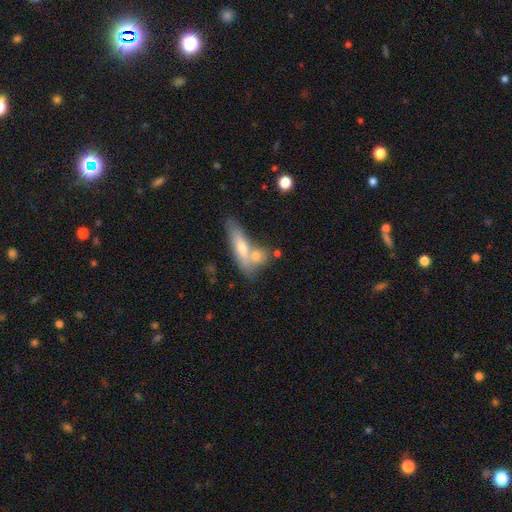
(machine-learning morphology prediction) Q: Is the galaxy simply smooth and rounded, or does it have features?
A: smooth — 67%.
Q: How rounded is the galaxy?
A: in between — 47%.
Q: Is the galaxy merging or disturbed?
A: merger — 50%.